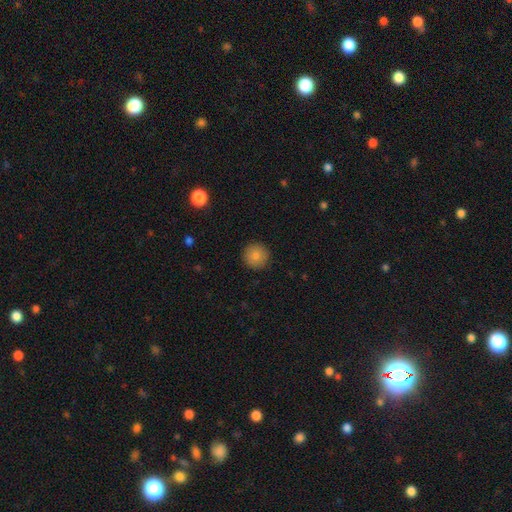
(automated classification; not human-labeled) Morphology: type=smooth (85%); roundness=round (96%); merging=none (92%).